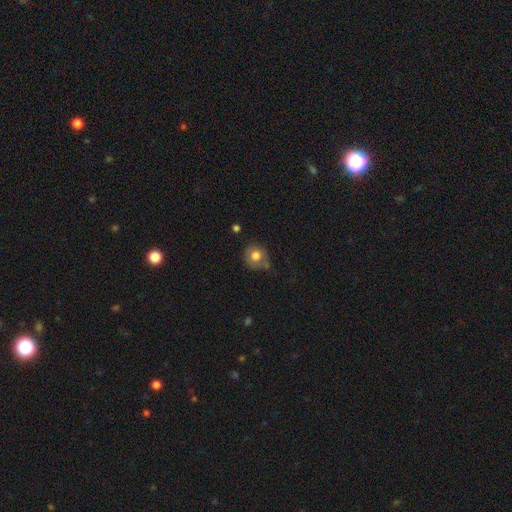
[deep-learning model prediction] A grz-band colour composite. It shows a smooth galaxy with no disk features (76%) that is round (81%). Merging: none (58%).